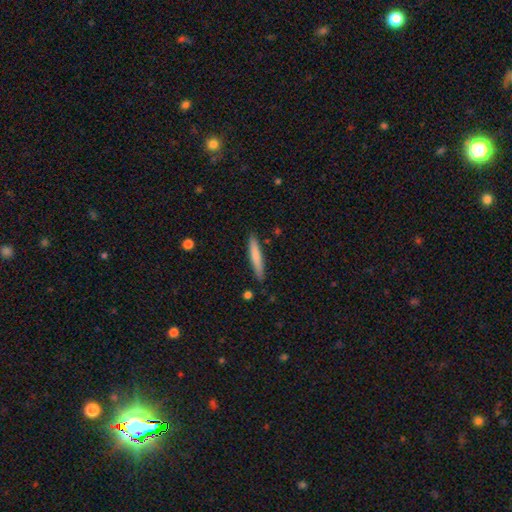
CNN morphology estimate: smooth-or-featured: smooth: 74% | featured or disk: 21% | star or artifact: 5%
  how-rounded: cigar-shaped: 93% | in between: 6% | round: 1%
  merging: none: 87% | minor disturbance: 9% | merger: 2% | major disturbance: 2%